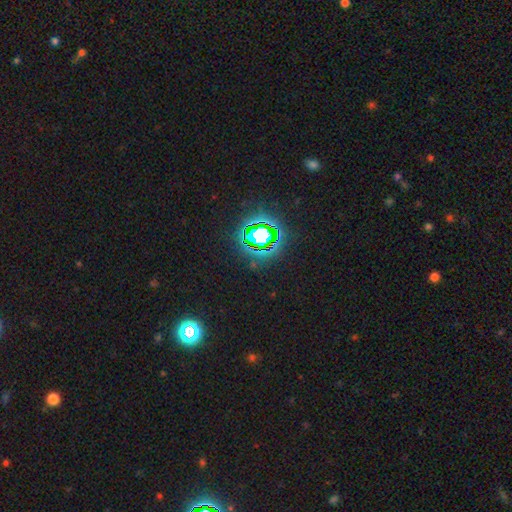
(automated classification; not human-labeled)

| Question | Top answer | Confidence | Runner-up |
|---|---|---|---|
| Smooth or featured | star or artifact | 81% | smooth (13%) |